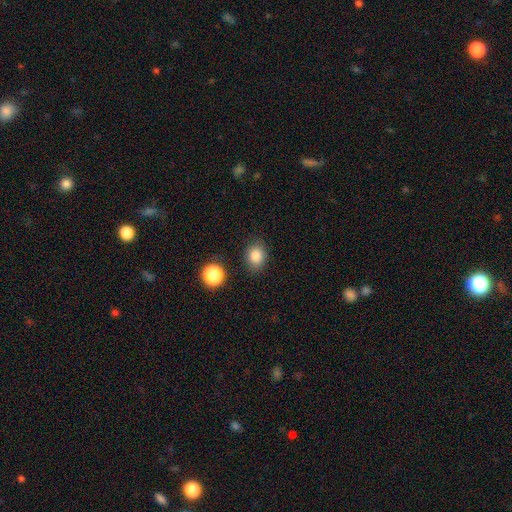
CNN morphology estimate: smooth-or-featured: smooth: 84% | star or artifact: 11% | featured or disk: 5%
  how-rounded: round: 50% | in between: 49% | cigar-shaped: 1%
  merging: none: 82% | minor disturbance: 12% | major disturbance: 3% | merger: 3%